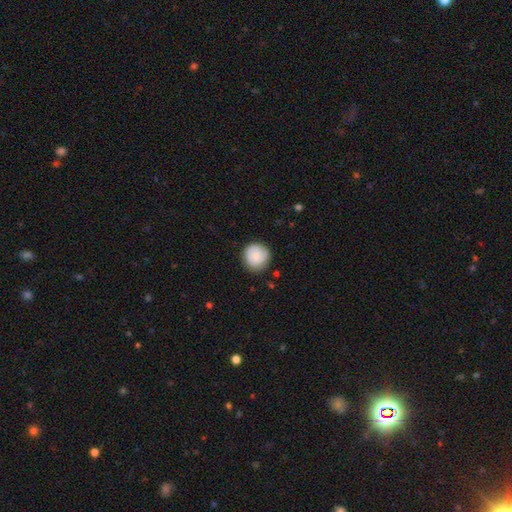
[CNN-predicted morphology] Smooth or featured?
  - smooth: 77% *
  - featured or disk: 16%
  - star or artifact: 7%
How rounded?
  - round: 91% *
  - in between: 8%
  - cigar-shaped: 1%
Merging?
  - none: 83% *
  - minor disturbance: 13%
  - major disturbance: 3%
  - merger: 1%